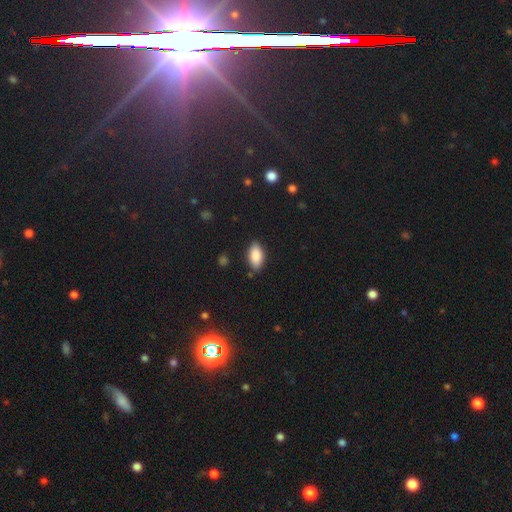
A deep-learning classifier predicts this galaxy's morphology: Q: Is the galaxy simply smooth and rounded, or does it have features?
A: smooth — 87%.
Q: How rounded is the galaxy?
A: in between — 92%.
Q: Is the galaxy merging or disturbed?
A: none — 85%.